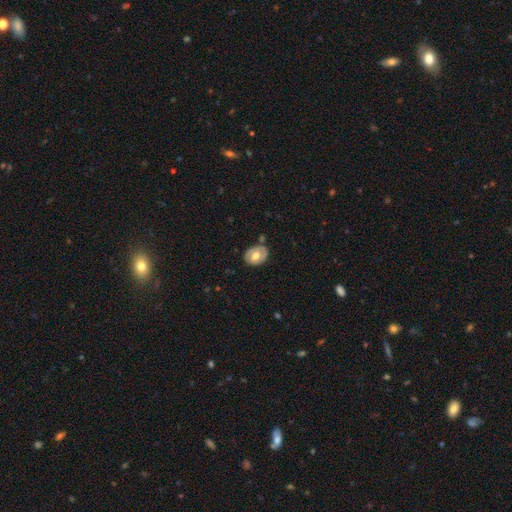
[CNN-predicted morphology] This is possibly a smooth galaxy (50%). How rounded: likely in between (67%). Merging: likely none (72%).